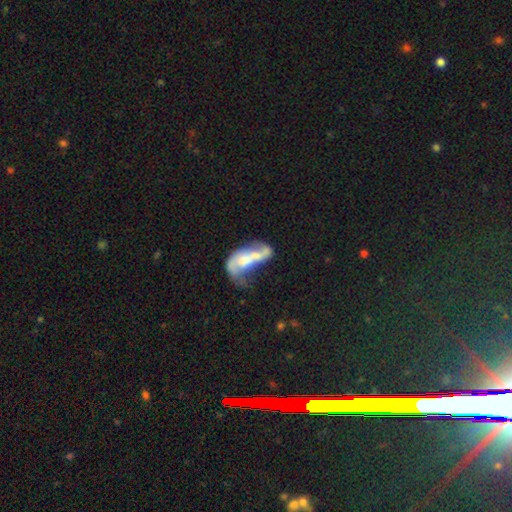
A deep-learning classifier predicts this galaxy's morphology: type=featured or disk (62%); edge-on=no (93%); bar=no (58%); spiral arms=yes (59%); bulge=moderate (41%); merging=major disturbance (36%).